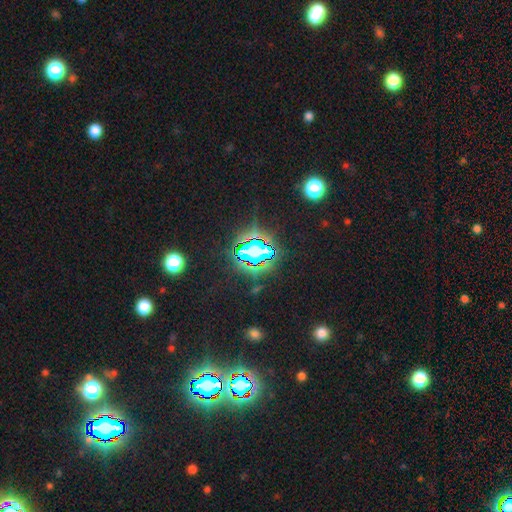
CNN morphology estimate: The model was most divided on "smooth or featured": star or artifact: 73%, smooth: 16%, featured or disk: 10%.